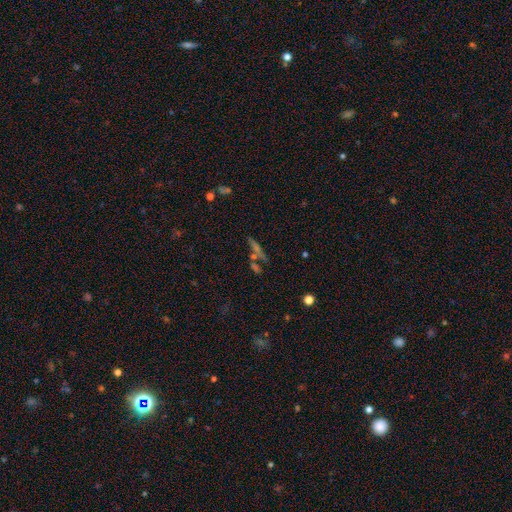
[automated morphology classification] smooth_or_featured: smooth (p=0.35) [alt: featured or disk p=0.34]
merging: none (p=0.58) [alt: merger p=0.23]